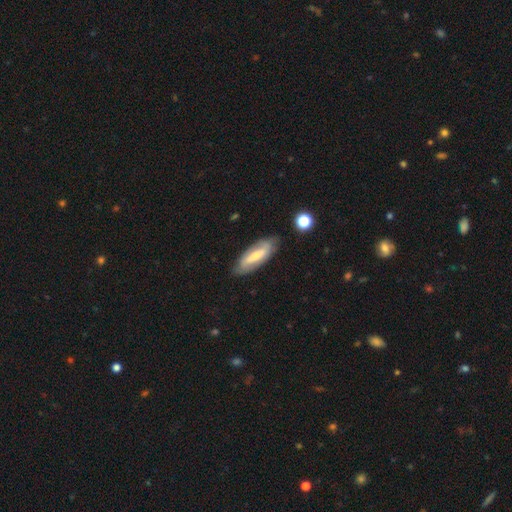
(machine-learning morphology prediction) Q: Smooth or featured?
A: featured or disk (51%); runner-up: smooth (42%)
Q: Edge-on disk?
A: no (78%); runner-up: yes (22%)
Q: Merging?
A: none (79%); runner-up: minor disturbance (16%)